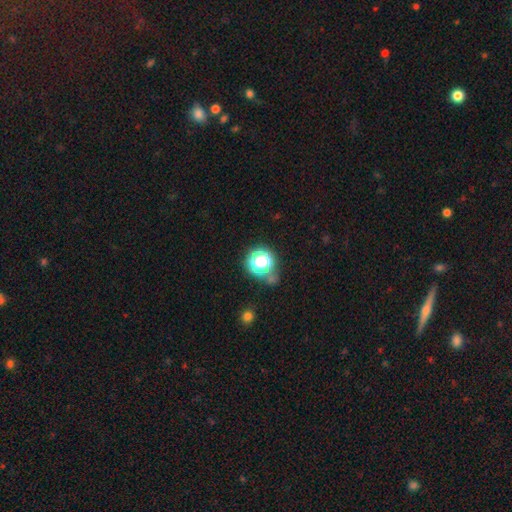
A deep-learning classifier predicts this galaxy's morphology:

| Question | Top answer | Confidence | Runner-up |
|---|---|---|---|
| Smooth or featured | smooth | 52% | star or artifact (38%) |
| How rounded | round | 85% | in between (13%) |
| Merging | none | 69% | minor disturbance (15%) |